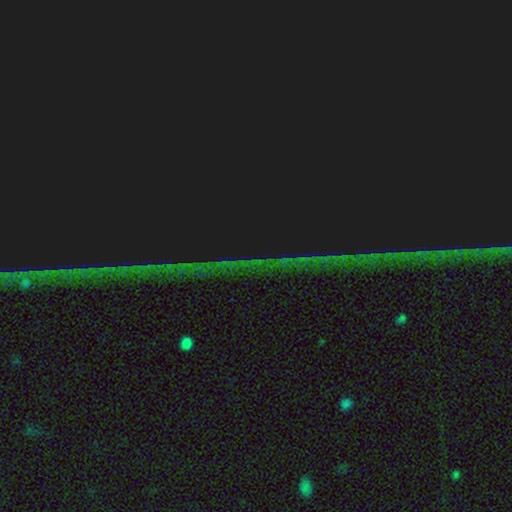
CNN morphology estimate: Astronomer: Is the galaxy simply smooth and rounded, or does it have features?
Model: star or artifact — 85%.